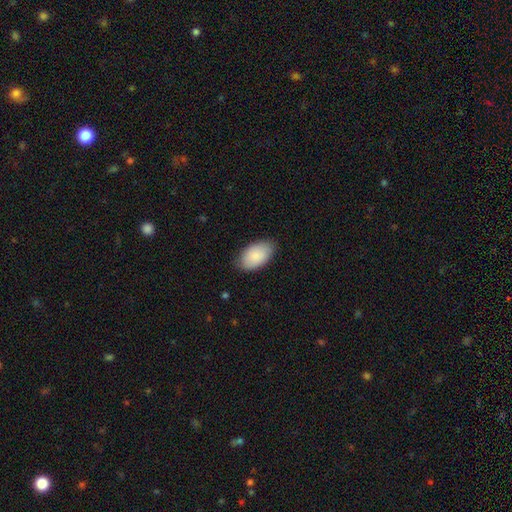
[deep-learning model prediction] This is clearly a smooth galaxy (85%). How rounded: clearly in between (95%). Merging: likely none (80%).